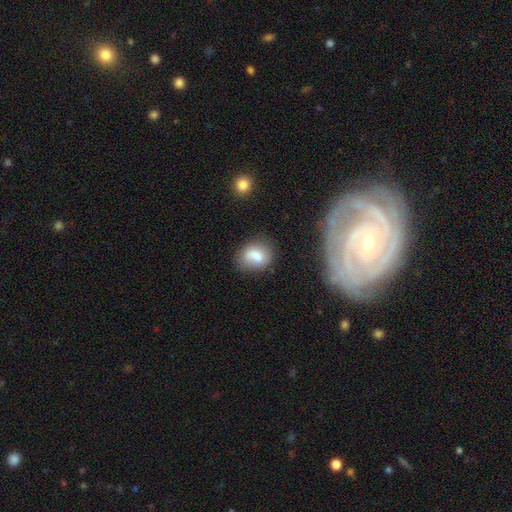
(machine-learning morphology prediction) smooth_or_featured: smooth (p=0.73) [alt: featured or disk p=0.18]
how_rounded: round (p=0.50) [alt: in between p=0.49]
merging: none (p=0.62) [alt: minor disturbance p=0.23]